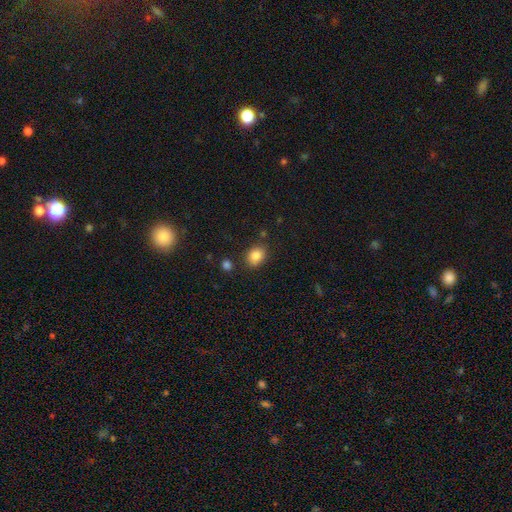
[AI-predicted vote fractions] smooth-or-featured: smooth: 85% | star or artifact: 9% | featured or disk: 5%
  how-rounded: in between: 58% | round: 41% | cigar-shaped: 1%
  merging: none: 79% | minor disturbance: 13% | merger: 4% | major disturbance: 3%